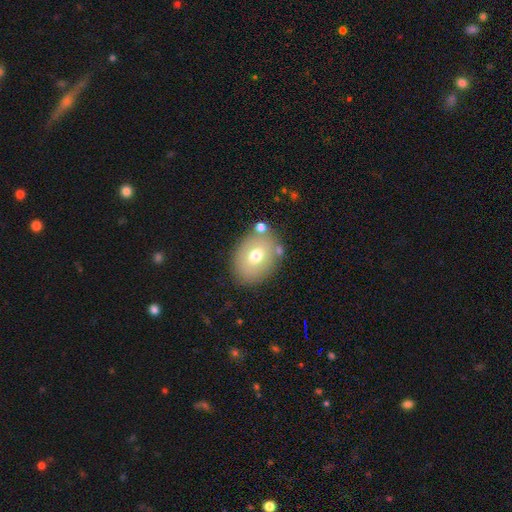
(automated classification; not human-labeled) A smooth galaxy with no disk features (66%) that is in between round and cigar-shaped (66%). Merging: none (74%).